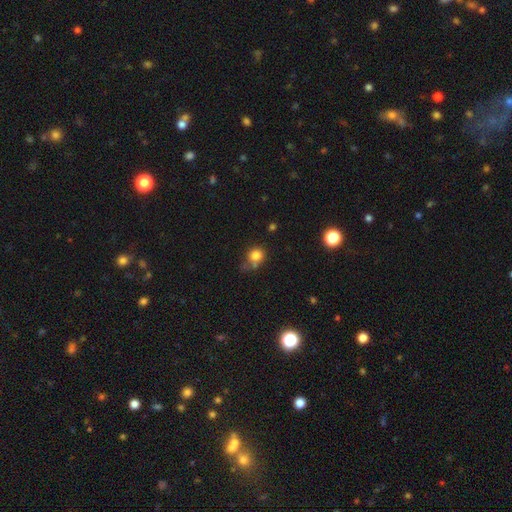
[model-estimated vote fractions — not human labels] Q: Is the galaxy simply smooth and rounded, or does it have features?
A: smooth — 80%.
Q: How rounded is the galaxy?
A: round — 76%.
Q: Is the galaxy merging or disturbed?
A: none — 49%.